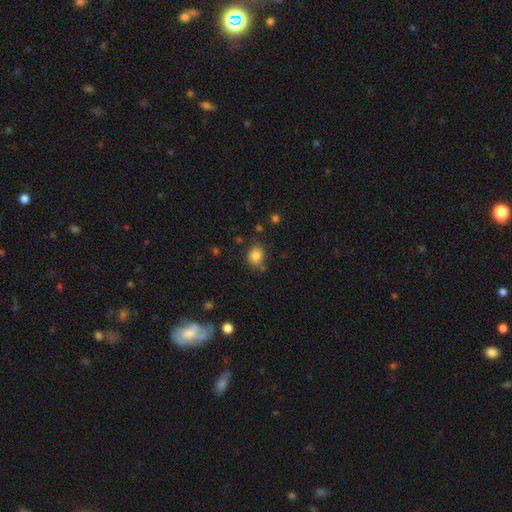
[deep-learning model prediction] Smooth or featured? Predicted: smooth (p=0.82). How rounded? Predicted: round (p=0.56). Merging? Predicted: none (p=0.78).